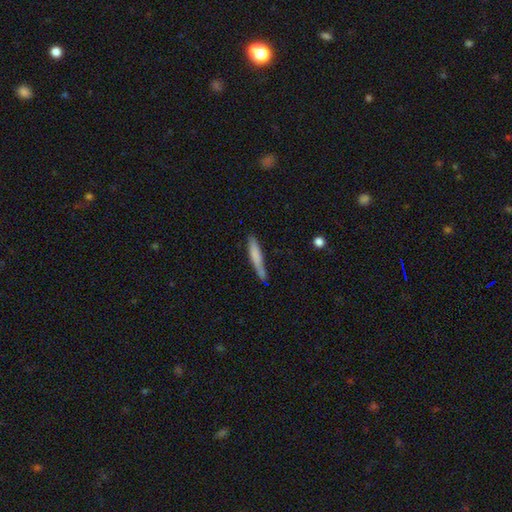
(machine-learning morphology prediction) smooth_or_featured: smooth (p=0.71) [alt: featured or disk p=0.23]
how_rounded: cigar-shaped (p=0.92) [alt: in between p=0.07]
merging: none (p=0.71) [alt: minor disturbance p=0.21]